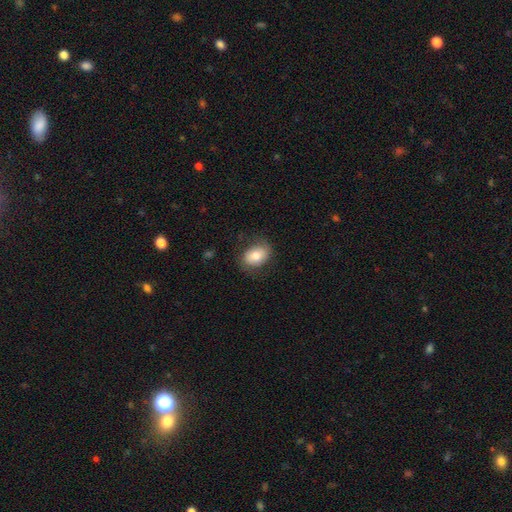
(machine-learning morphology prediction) Smooth or featured: smooth — 76% (featured or disk — 16%)
How rounded: in between — 74% (round — 25%)
Merging: none — 74% (minor disturbance — 18%)